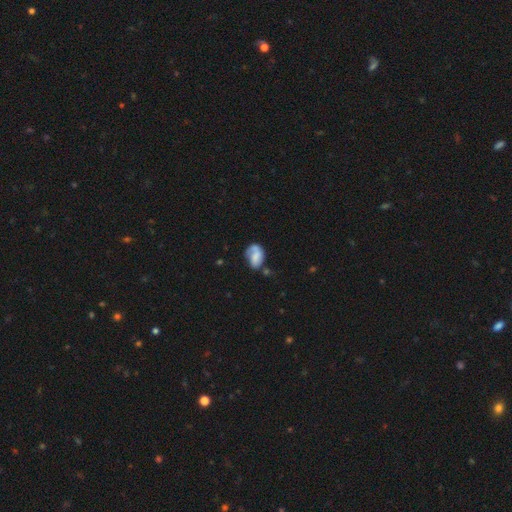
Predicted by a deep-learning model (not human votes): The model was most divided on "smooth or featured": smooth: 50%, featured or disk: 41%, star or artifact: 9%. Remaining: how rounded — in between (79%); merging — none (40%).